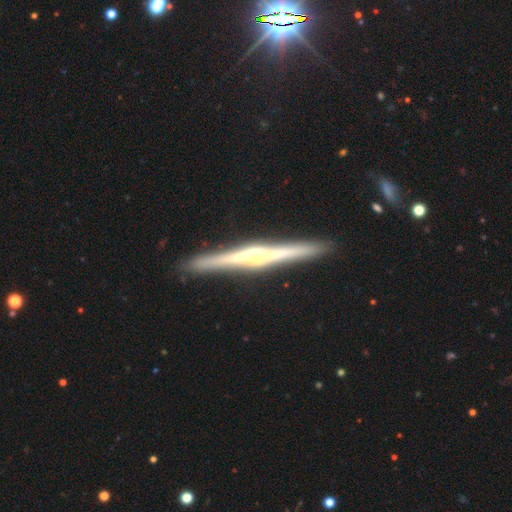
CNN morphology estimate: Smooth or featured? Predicted: featured or disk (p=0.84). Edge-on disk? Predicted: yes (p=0.98). Edge-on bulge? Predicted: rounded (p=0.77). Merging? Predicted: none (p=0.92).